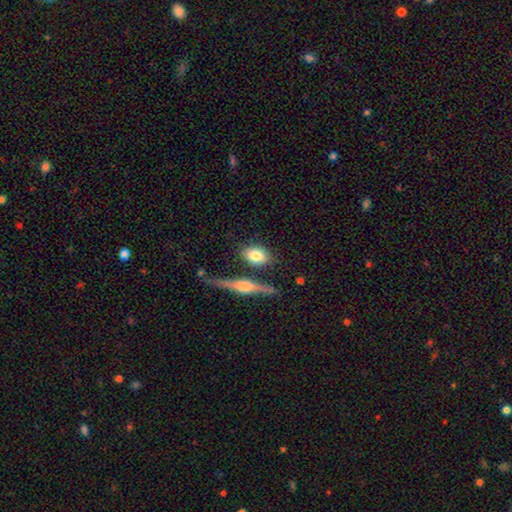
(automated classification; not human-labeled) smooth_or_featured: smooth (p=0.73) [alt: featured or disk p=0.19]
how_rounded: in between (p=0.69) [alt: round p=0.25]
merging: none (p=0.74) [alt: minor disturbance p=0.14]